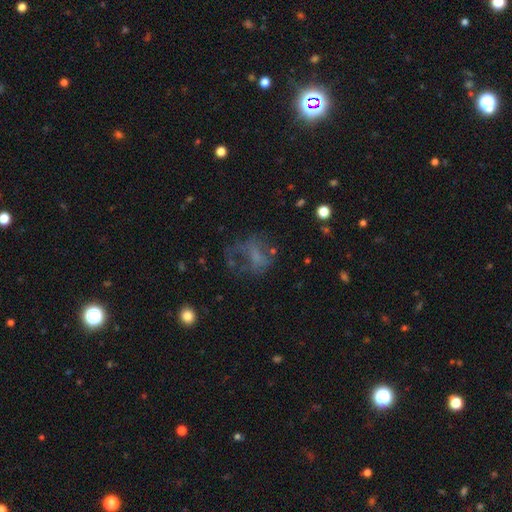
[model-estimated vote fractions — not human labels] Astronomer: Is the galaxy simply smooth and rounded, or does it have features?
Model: featured or disk — 43% (runner-up: smooth, 36%).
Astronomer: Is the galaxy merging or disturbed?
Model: major disturbance — 42% (runner-up: none, 36%).